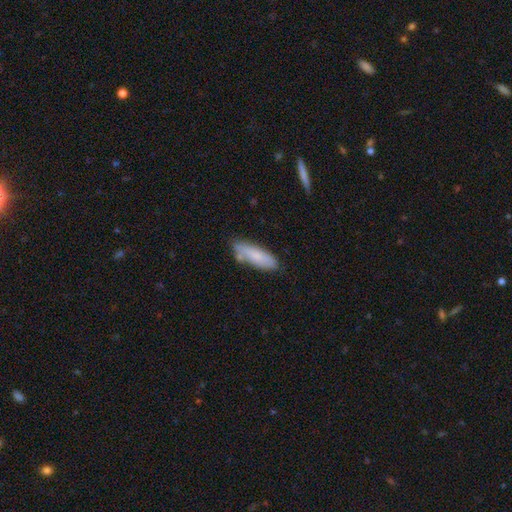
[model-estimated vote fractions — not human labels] The model was most divided on "how rounded": in between: 54%, cigar-shaped: 45%, round: 2%. More confident: smooth or featured — smooth (77%); merging — none (65%).